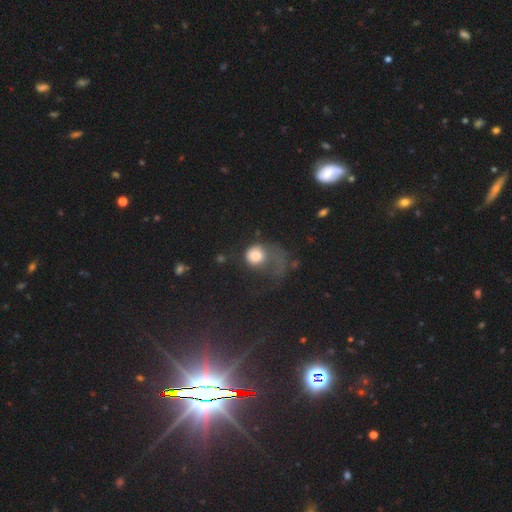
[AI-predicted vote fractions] Smooth or featured?
  - smooth: 65% *
  - featured or disk: 25%
  - star or artifact: 10%
How rounded?
  - round: 65% *
  - in between: 33%
  - cigar-shaped: 1%
Merging?
  - major disturbance: 66% *
  - none: 16%
  - minor disturbance: 13%
  - merger: 5%